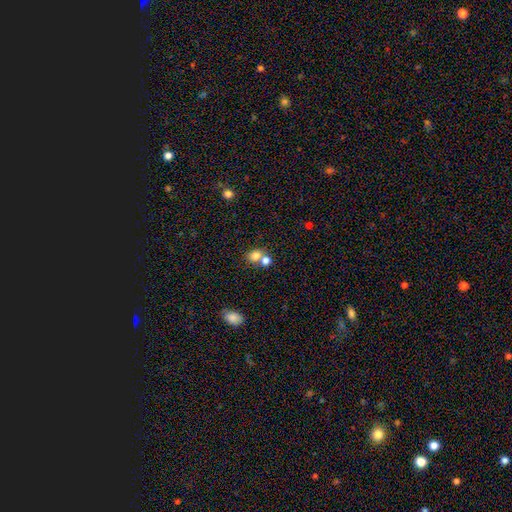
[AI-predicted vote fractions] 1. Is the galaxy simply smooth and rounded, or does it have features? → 79% smooth, 12% star or artifact, 9% featured or disk.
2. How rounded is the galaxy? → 59% round, 40% in between, 1% cigar-shaped.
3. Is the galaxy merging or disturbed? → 44% none (tied), 44% merger (tied), 8% minor disturbance, 4% major disturbance.